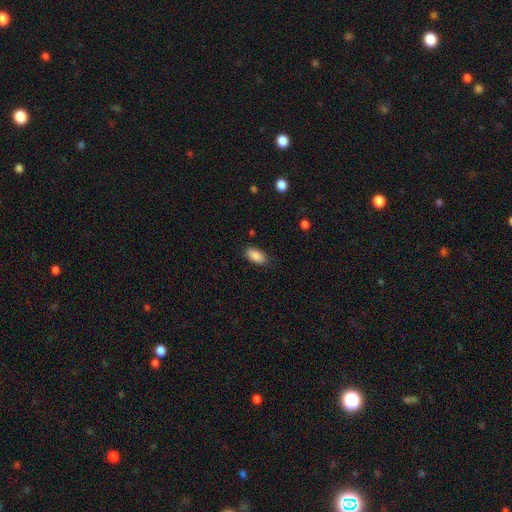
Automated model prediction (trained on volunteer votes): A smooth galaxy with no disk features (89%) that is in between round and cigar-shaped (93%). Merging: none (83%).